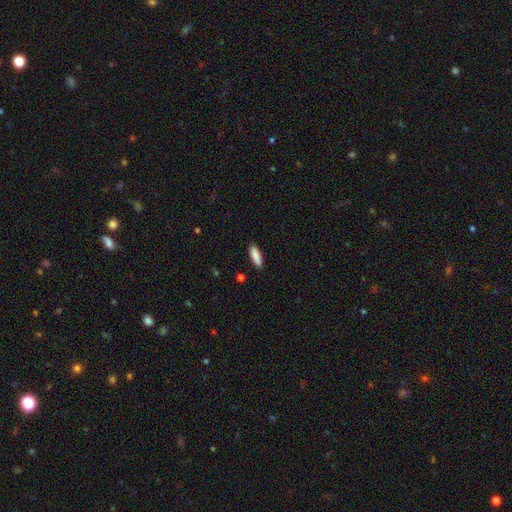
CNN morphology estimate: This is clearly a smooth galaxy (88%). How rounded: possibly cigar-shaped (54%). Merging: clearly none (89%).